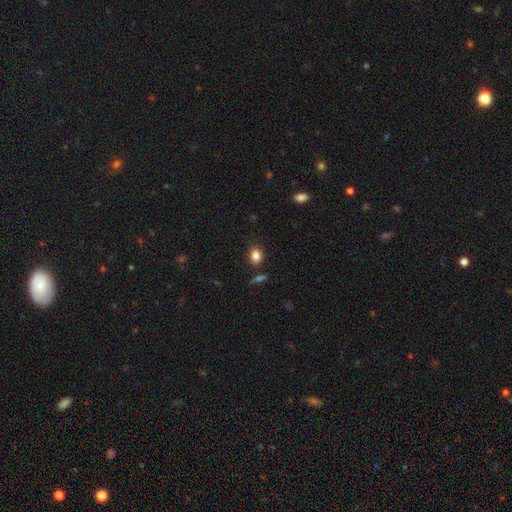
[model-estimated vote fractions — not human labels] smooth_or_featured: smooth (p=0.85) [alt: star or artifact p=0.10]
how_rounded: in between (p=0.56) [alt: round p=0.43]
merging: none (p=0.82) [alt: minor disturbance p=0.11]